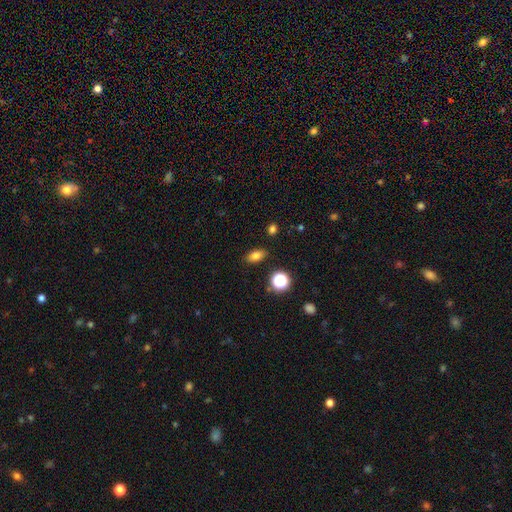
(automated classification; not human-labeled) Morphology: type=smooth (79%); roundness=in between (81%); merging=none (86%).